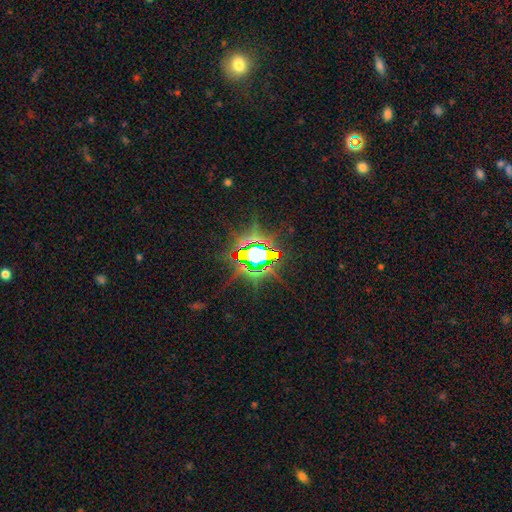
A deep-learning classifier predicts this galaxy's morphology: star or artifact 78%, featured or disk 12%, smooth 10%.